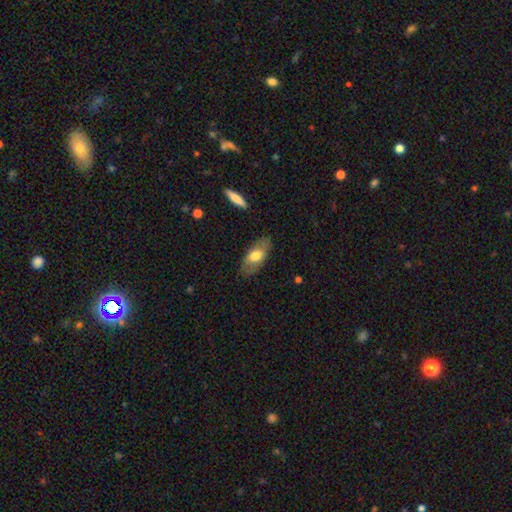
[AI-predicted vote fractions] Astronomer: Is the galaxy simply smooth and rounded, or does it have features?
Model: smooth — 64%.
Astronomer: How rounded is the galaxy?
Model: in between — 89%.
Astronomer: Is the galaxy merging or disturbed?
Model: none — 80%.